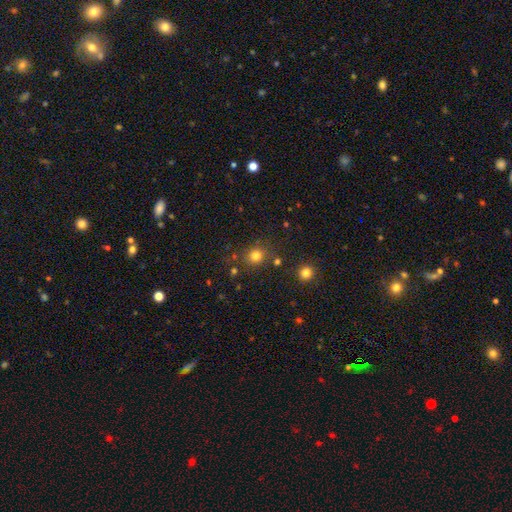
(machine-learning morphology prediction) smooth_or_featured: smooth (p=0.79) [alt: star or artifact p=0.15]
how_rounded: round (p=0.82) [alt: in between p=0.18]
merging: none (p=0.78) [alt: minor disturbance p=0.11]